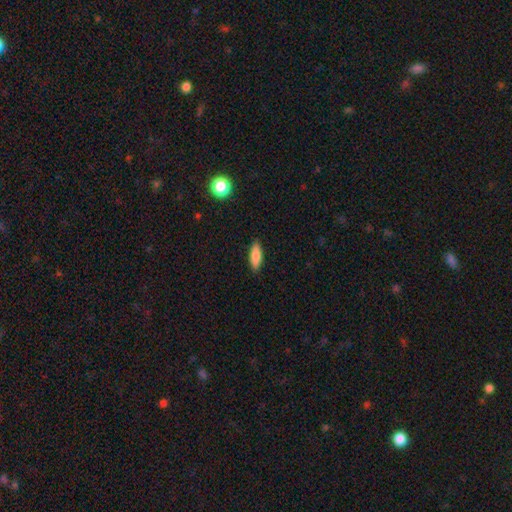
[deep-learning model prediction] Overall: smooth (81%). How rounded: in between (57%; cigar-shaped 41%). Merging: none (88%).